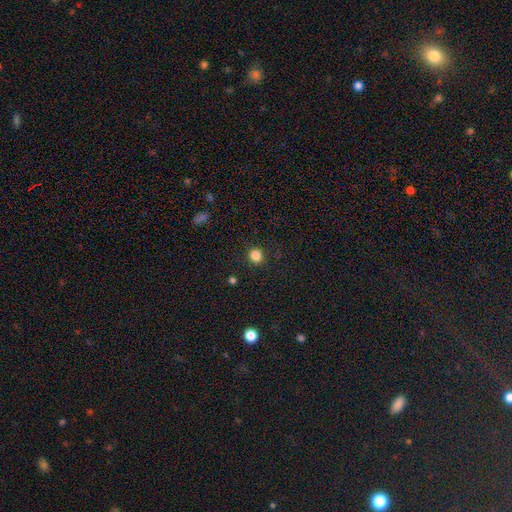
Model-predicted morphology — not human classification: smooth_or_featured: smooth (p=0.84) [alt: star or artifact p=0.12]
how_rounded: round (p=0.79) [alt: in between p=0.20]
merging: none (p=0.89) [alt: minor disturbance p=0.07]